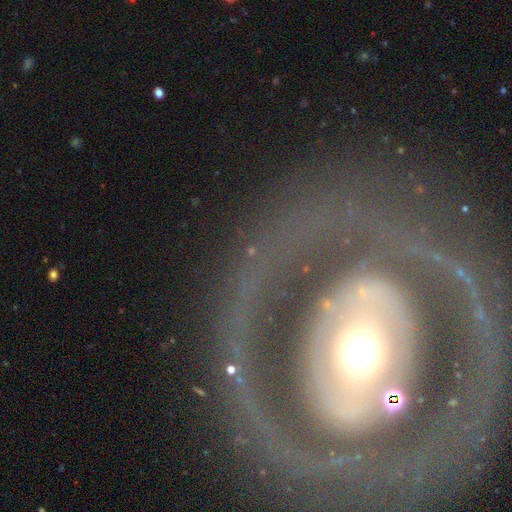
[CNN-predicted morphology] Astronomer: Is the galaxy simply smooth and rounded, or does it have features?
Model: featured or disk — 75%.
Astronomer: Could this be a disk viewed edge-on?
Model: no — 94%.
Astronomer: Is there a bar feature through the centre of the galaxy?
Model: no — 58%.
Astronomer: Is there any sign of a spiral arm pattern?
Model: no — 52% (runner-up: yes, 48%).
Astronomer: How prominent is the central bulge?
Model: moderate — 59%.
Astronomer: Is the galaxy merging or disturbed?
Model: none — 74%.